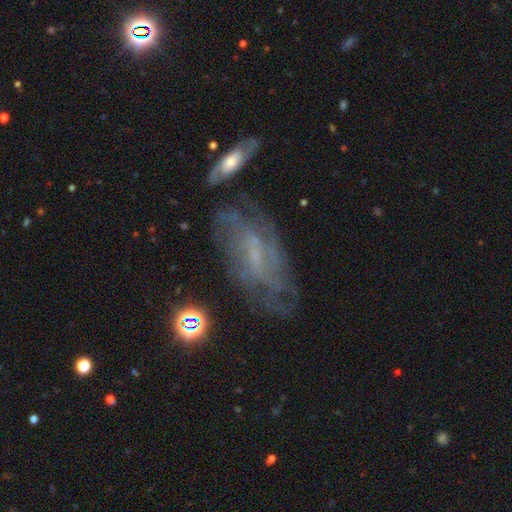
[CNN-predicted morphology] This appears to be a featured or disk galaxy (68%) with a weak bar (48%), spiral arms (74%) and a small central bulge (54%). Merging: none (59%).